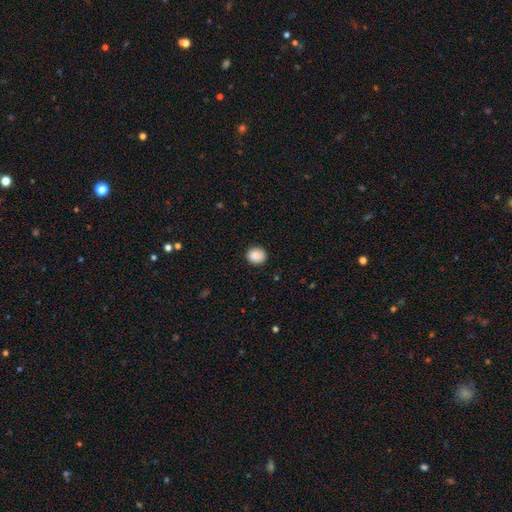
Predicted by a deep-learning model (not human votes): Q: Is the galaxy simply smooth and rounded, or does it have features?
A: smooth — 88%.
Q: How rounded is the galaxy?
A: round — 83%.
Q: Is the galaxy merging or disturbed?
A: none — 89%.